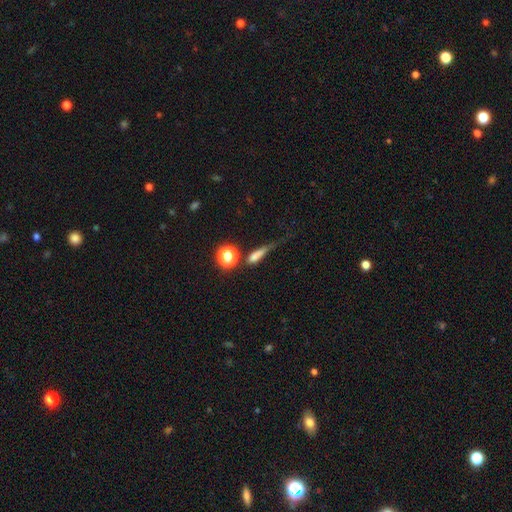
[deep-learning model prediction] This appears to be a smooth galaxy with no disk features (64%) that is cigar-shaped (49%). Merging: none (44%).